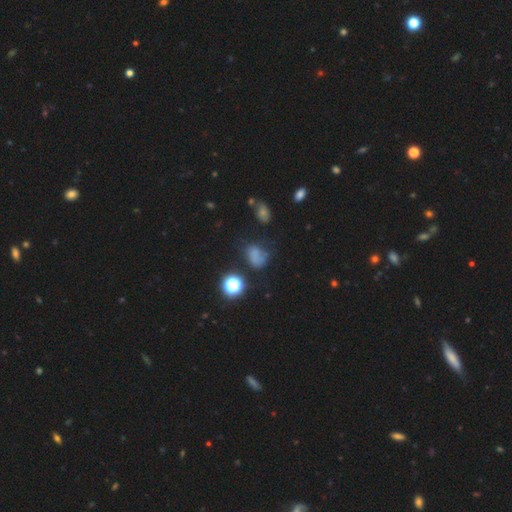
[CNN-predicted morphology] This appears to be a smooth galaxy with no disk features (58%) that is in between round and cigar-shaped (60%). Merging: none (41%).